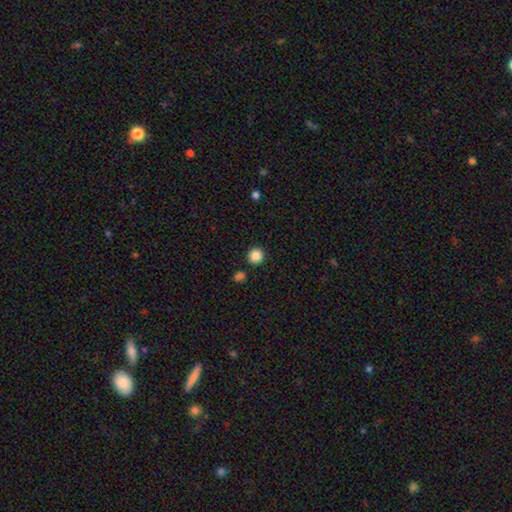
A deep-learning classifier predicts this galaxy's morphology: Smooth or featured? smooth (86%)
How rounded? round (94%)
Merging? none (90%)